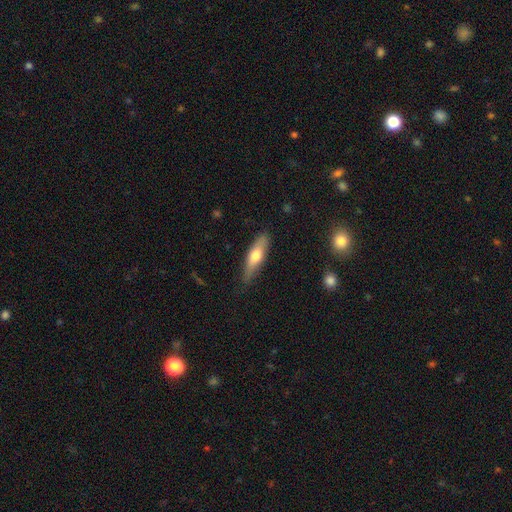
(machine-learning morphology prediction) This is possibly a smooth galaxy (57%). How rounded: likely cigar-shaped (62%). Merging: likely none (78%).